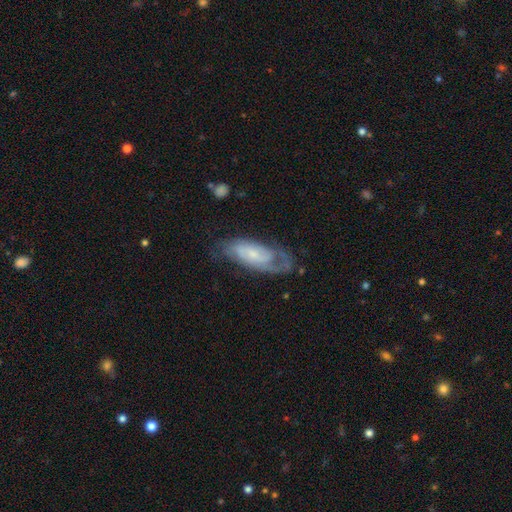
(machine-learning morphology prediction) Smooth or featured: featured or disk — 68% (smooth — 24%)
Edge-on disk: no — 89% (yes — 11%)
Bar: no — 66% (weak — 27%)
Spiral arms: yes — 86% (no — 14%)
Spiral winding: tight — 50% (medium — 36%)
Spiral arm count: 2 — 41% (can't tell — 33%)
Bulge size: small — 62% (moderate — 20%)
Merging: none — 59% (minor disturbance — 23%)